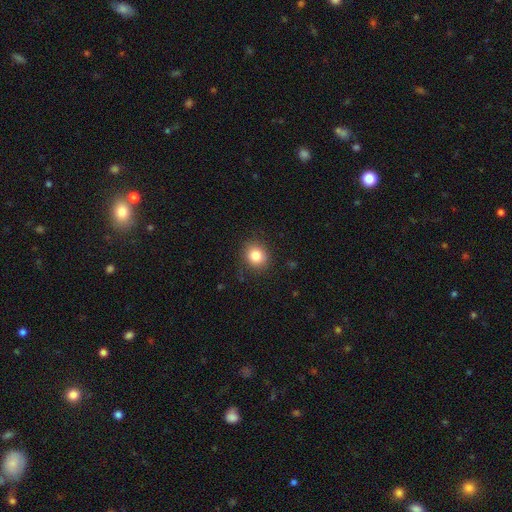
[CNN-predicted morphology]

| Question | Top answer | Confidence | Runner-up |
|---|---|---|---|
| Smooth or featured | smooth | 83% | star or artifact (10%) |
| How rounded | round | 77% | in between (23%) |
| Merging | none | 86% | minor disturbance (10%) |